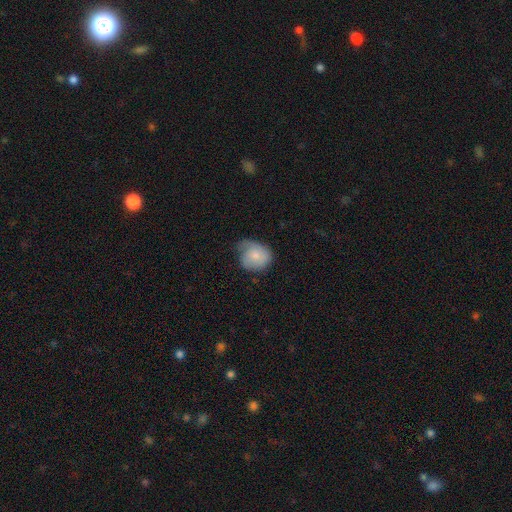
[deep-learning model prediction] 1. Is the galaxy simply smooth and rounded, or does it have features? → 69% smooth, 25% featured or disk, 7% star or artifact.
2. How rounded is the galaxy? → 62% round, 37% in between, 1% cigar-shaped.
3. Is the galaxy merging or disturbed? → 42% minor disturbance, 34% none, 23% major disturbance, 2% merger.